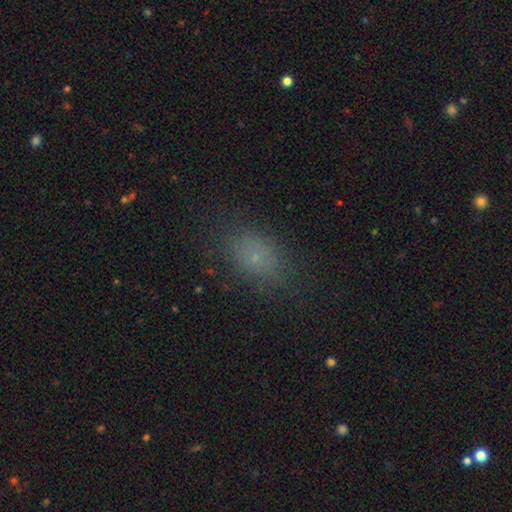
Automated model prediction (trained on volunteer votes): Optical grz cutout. It shows a smooth galaxy with no disk features (71%) that is in between round and cigar-shaped (76%). Merging: none (77%).